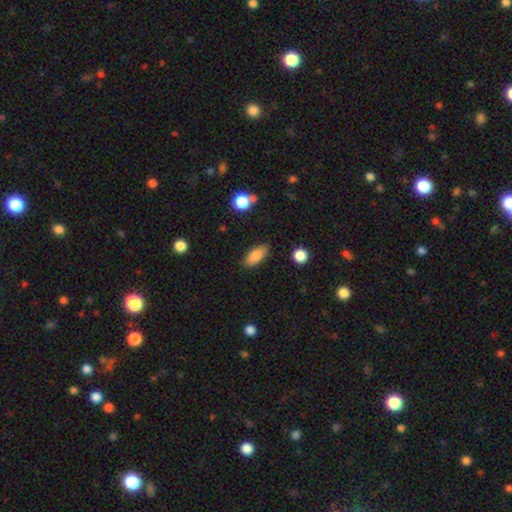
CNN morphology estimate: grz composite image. It shows a smooth galaxy with no disk features (84%) that is in between round and cigar-shaped (79%). Merging: none (84%).